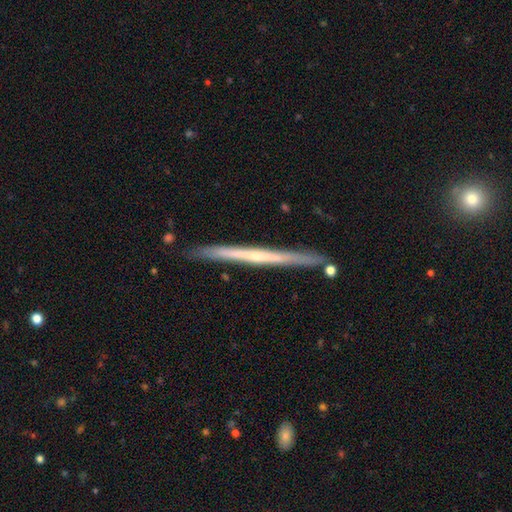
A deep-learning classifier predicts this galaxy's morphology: A featured or disk galaxy (65%) viewed edge-on (97%) with no central bulge (75%). Merging: none (87%).